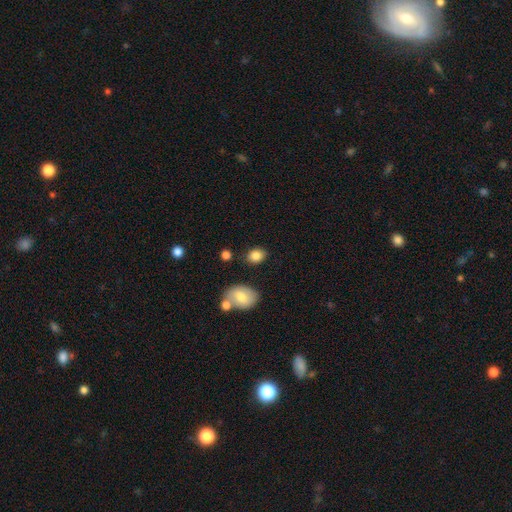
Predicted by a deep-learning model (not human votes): A smooth galaxy with no disk features (84%) that is in between round and cigar-shaped (65%).

Vote fractions:
- Smooth or featured? smooth: 84% / star or artifact: 9% / featured or disk: 7%
- How rounded? in between: 65% / round: 34% / cigar-shaped: 1%
- Merging? none: 79% / minor disturbance: 12% / merger: 6% / major disturbance: 3%